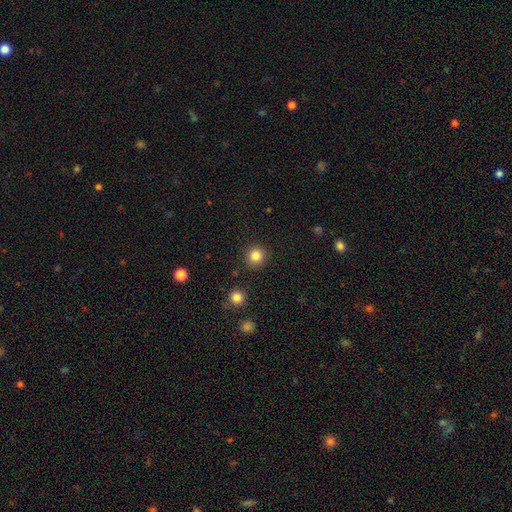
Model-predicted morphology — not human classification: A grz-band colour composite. It shows a smooth galaxy with no disk features (84%) that is round (94%). Merging: none (90%).